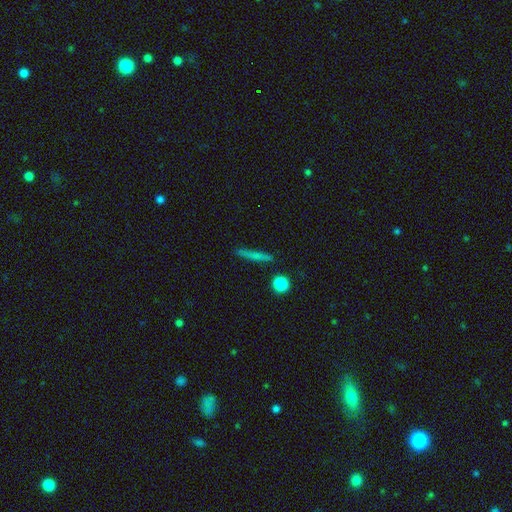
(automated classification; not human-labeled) This is likely a smooth galaxy (64%). How rounded: clearly cigar-shaped (91%). Merging: clearly none (87%).